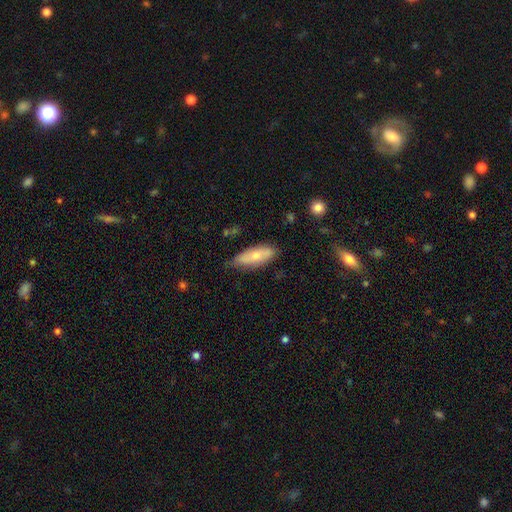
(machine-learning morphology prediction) This appears to be a smooth galaxy with no disk features (67%) that is in between round and cigar-shaped (75%). Merging: none (67%).